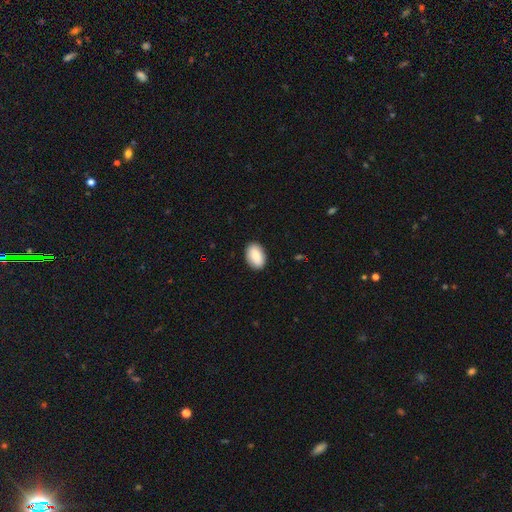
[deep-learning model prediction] This appears to be a smooth galaxy with no disk features (90%) that is in between round and cigar-shaped (92%). Merging: none (89%).